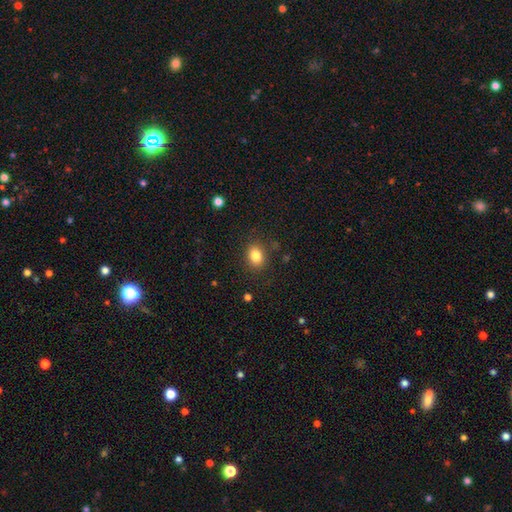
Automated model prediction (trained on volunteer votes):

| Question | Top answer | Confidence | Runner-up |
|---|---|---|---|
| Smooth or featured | smooth | 83% | star or artifact (11%) |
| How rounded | in between | 53% | round (46%) |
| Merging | none | 85% | minor disturbance (11%) |